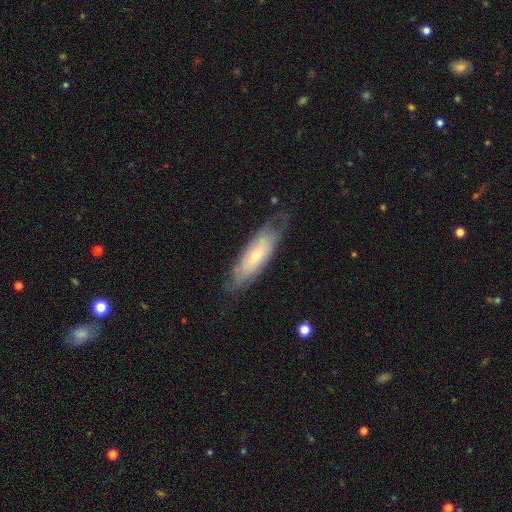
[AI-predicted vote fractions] Smooth or featured? Predicted: featured or disk (p=0.47). Merging? Predicted: none (p=0.68).